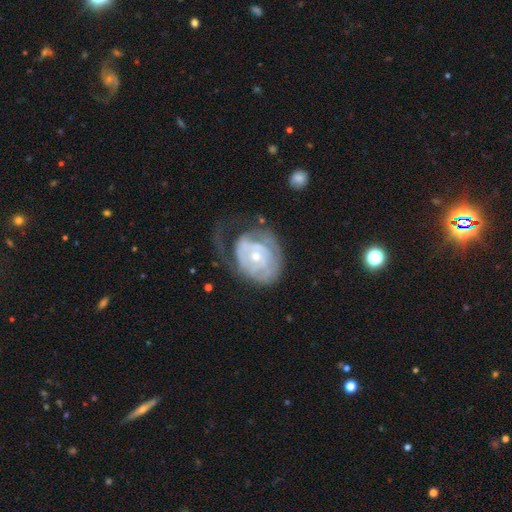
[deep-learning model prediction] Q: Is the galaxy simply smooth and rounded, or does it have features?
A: featured or disk — 78%.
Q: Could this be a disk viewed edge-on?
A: no — 97%.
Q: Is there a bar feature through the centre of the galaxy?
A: no — 73%.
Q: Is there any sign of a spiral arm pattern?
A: yes — 80%.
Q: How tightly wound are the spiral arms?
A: tight — 65%.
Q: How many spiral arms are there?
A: can't tell — 47%.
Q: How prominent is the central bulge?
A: small — 54%.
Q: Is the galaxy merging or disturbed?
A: none — 38%.